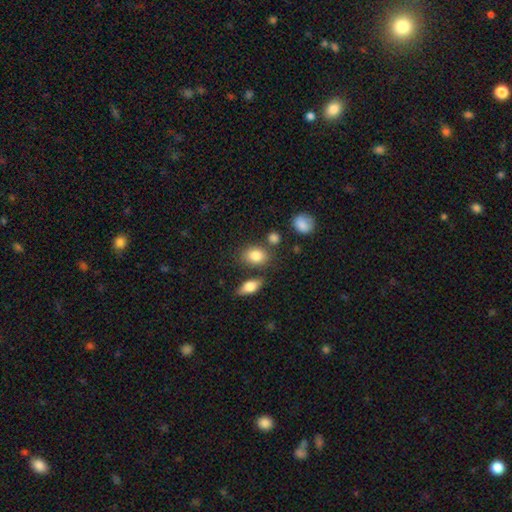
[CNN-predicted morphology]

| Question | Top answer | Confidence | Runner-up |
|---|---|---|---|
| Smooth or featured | smooth | 84% | star or artifact (9%) |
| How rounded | in between | 67% | round (32%) |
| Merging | none | 68% | minor disturbance (15%) |